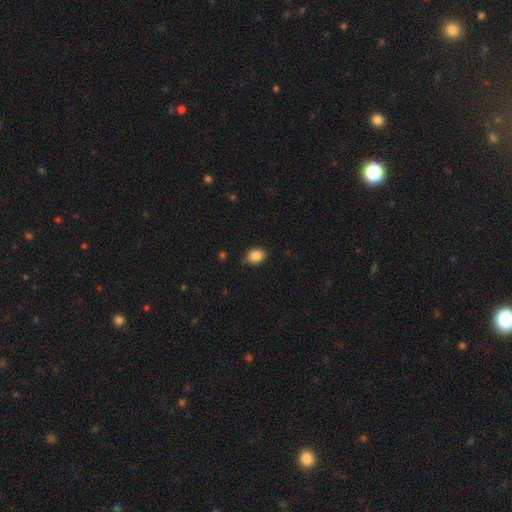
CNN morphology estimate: type=smooth (87%); roundness=in between (62%); merging=none (82%).